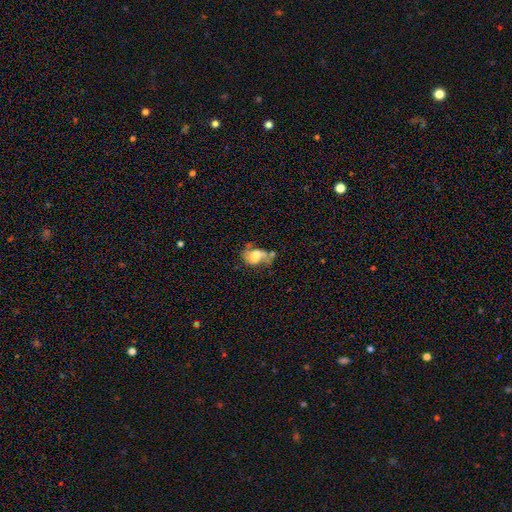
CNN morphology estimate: Smooth or featured?
  - featured or disk: 48% *
  - smooth: 42%
  - star or artifact: 11%
Merging?
  - merger: 29% *
  - none: 26%
  - major disturbance: 25%
  - minor disturbance: 21%